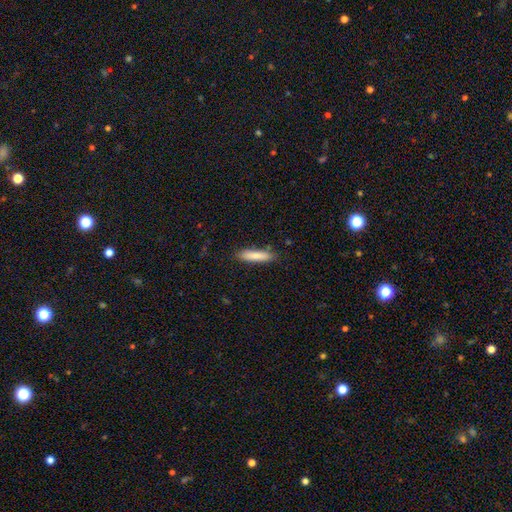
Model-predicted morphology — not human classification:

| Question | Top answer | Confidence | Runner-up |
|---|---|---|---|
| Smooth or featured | smooth | 83% | featured or disk (11%) |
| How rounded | cigar-shaped | 80% | in between (19%) |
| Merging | none | 84% | minor disturbance (11%) |